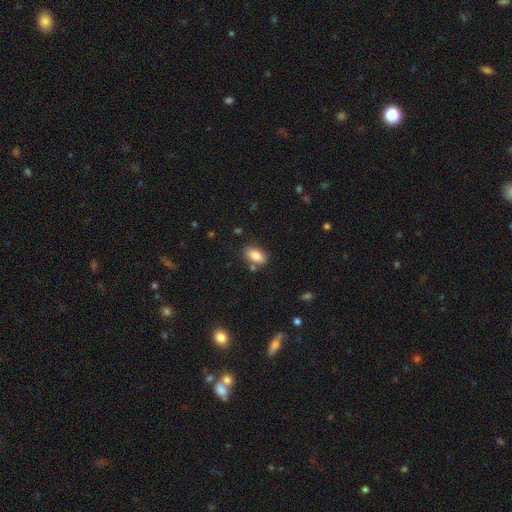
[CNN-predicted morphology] This is clearly a smooth galaxy (84%). How rounded: clearly in between (90%). Merging: likely none (77%).